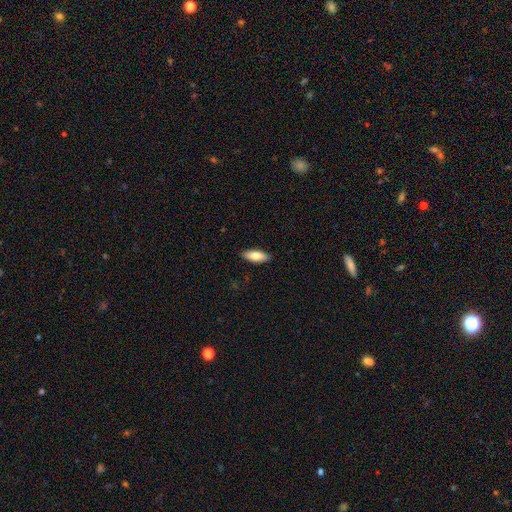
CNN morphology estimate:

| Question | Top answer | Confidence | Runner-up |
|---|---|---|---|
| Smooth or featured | smooth | 81% | featured or disk (13%) |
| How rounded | in between | 73% | cigar-shaped (25%) |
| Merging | none | 89% | minor disturbance (8%) |